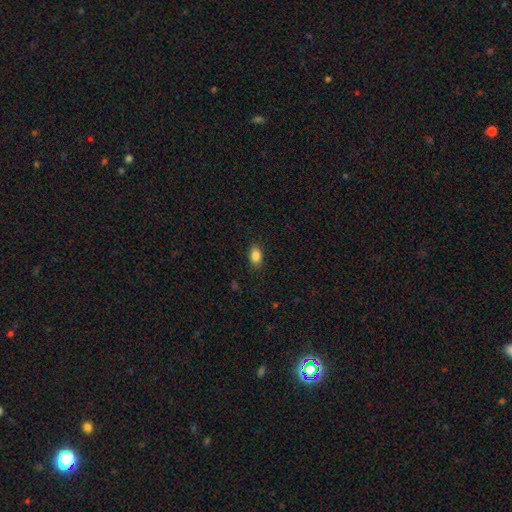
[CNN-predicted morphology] type=smooth (86%); roundness=in between (82%); merging=none (87%).